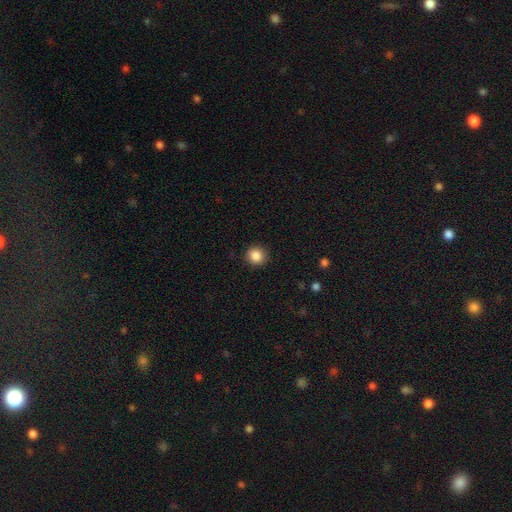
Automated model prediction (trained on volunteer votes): Smooth or featured: smooth — 87% (star or artifact — 10%)
How rounded: round — 92% (in between — 7%)
Merging: none — 91% (minor disturbance — 6%)